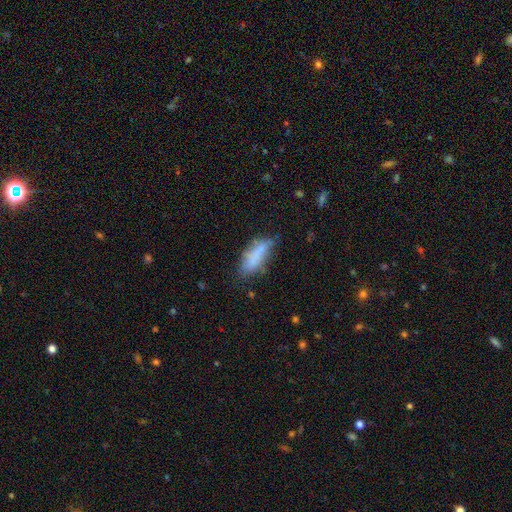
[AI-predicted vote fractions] Morphology: type=smooth (68%); roundness=in between (61%); merging=none (51%).